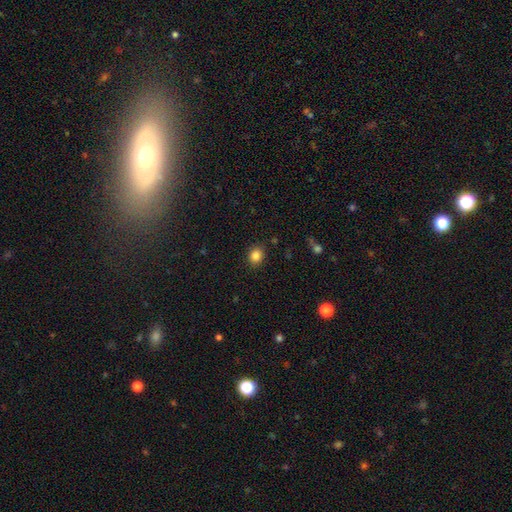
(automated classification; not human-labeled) Smooth or featured?
  - smooth: 85% *
  - star or artifact: 11%
  - featured or disk: 4%
How rounded?
  - round: 64% *
  - in between: 35%
  - cigar-shaped: 1%
Merging?
  - none: 88% *
  - minor disturbance: 8%
  - major disturbance: 3%
  - merger: 1%